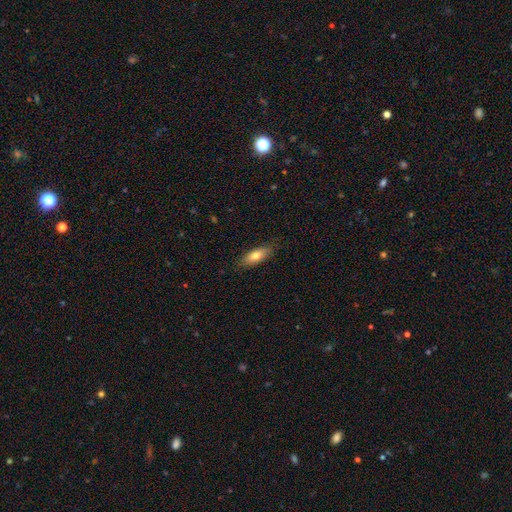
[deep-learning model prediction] A smooth galaxy with no disk features (75%) that is in between round and cigar-shaped (69%). Merging: none (84%).